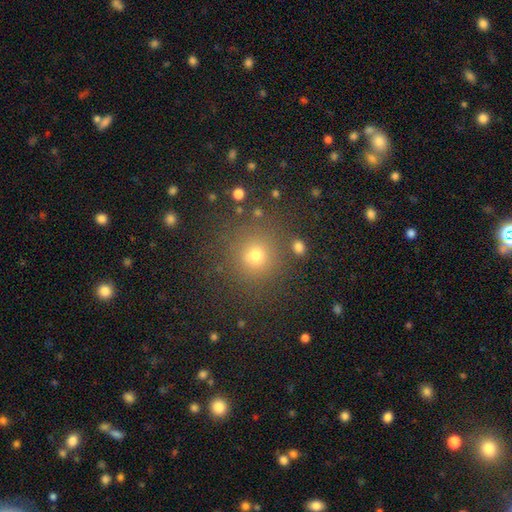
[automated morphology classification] The model was most divided on "smooth or featured": smooth: 72%, star or artifact: 20%, featured or disk: 8%. More confident: how rounded — round (92%); merging — none (83%).